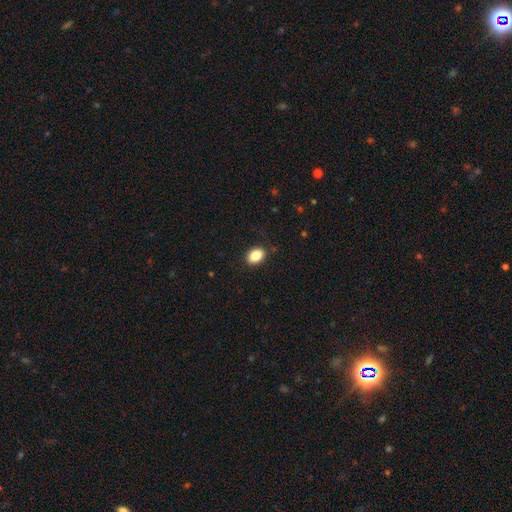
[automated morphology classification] smooth_or_featured: smooth (p=0.85) [alt: star or artifact p=0.09]
how_rounded: in between (p=0.75) [alt: round p=0.24]
merging: none (p=0.87) [alt: minor disturbance p=0.09]